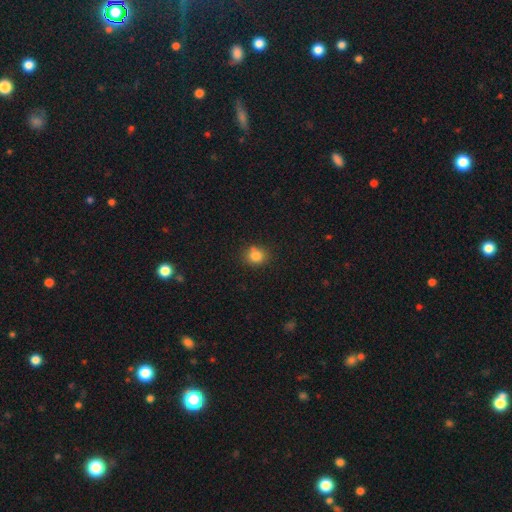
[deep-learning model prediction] smooth_or_featured: smooth (p=0.83) [alt: star or artifact p=0.11]
how_rounded: round (p=0.73) [alt: in between p=0.26]
merging: none (p=0.74) [alt: minor disturbance p=0.15]